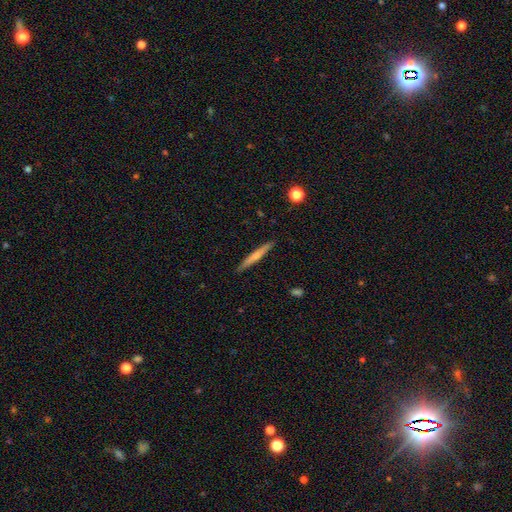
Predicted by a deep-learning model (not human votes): A smooth galaxy with no disk features (57%) that is cigar-shaped (96%). Merging: none (90%).